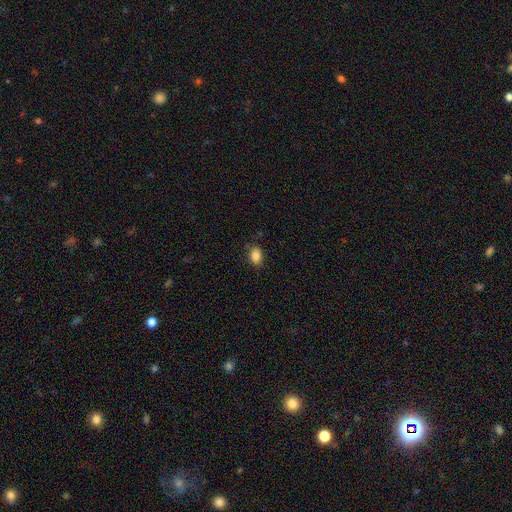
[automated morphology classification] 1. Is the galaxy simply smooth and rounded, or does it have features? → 85% smooth, 9% star or artifact, 6% featured or disk.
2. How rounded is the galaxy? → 81% in between, 18% round, 2% cigar-shaped.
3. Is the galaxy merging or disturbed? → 82% none, 14% minor disturbance, 3% major disturbance, 1% merger.